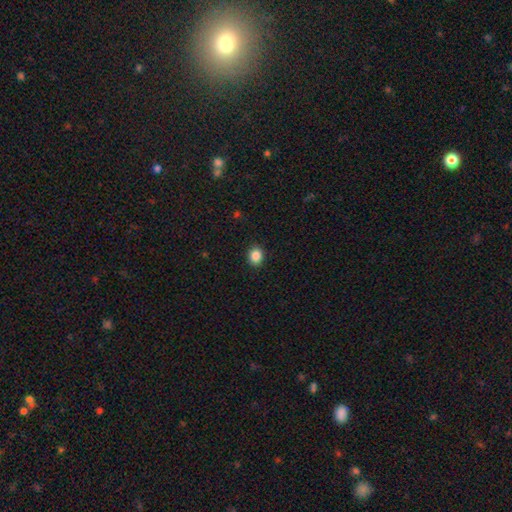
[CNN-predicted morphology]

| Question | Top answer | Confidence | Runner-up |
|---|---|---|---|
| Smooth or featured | smooth | 87% | star or artifact (9%) |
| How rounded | round | 61% | in between (38%) |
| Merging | none | 91% | minor disturbance (6%) |